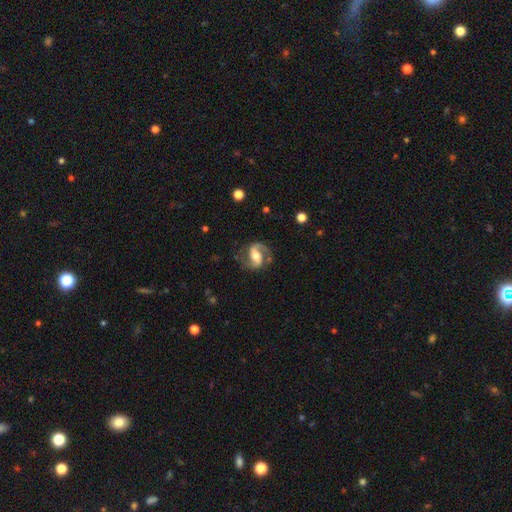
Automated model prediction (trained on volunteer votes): This is clearly a featured or disk galaxy (86%). It is clearly not viewed edge-on (98%). Bar: marginally weak (41%). Spiral arm pattern: clearly yes (96%). Spiral arm count: clearly 2 (86%). Spiral winding: possibly medium (51%). Central bulge: possibly moderate (59%). Merging: likely none (72%).